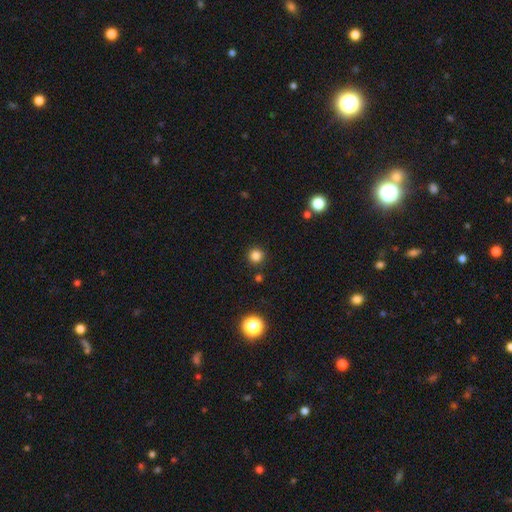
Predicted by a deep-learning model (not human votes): Morphology: type=smooth (82%); roundness=round (95%); merging=none (90%).